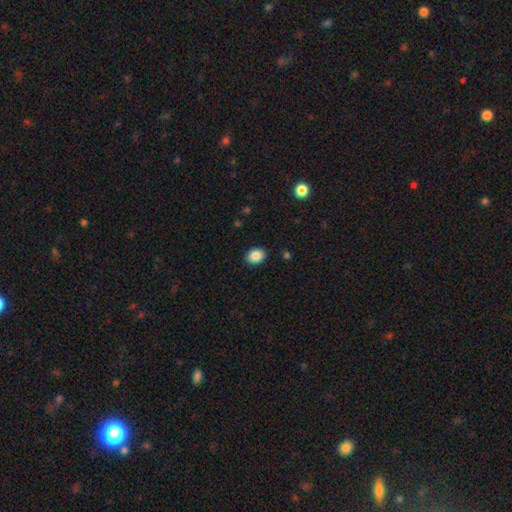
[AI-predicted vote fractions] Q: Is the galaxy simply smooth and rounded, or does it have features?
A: smooth — 88%.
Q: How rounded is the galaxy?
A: in between — 64%.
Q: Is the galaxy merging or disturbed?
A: none — 89%.